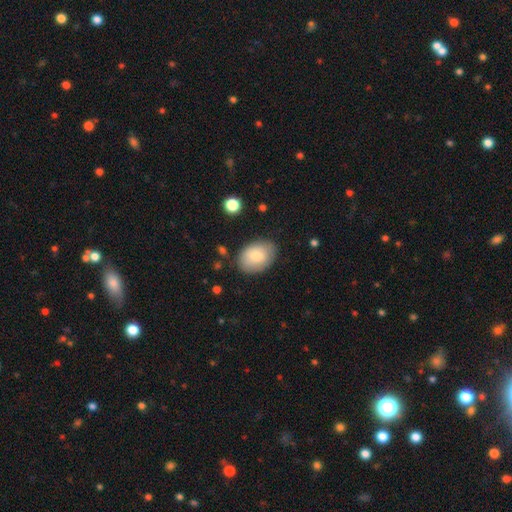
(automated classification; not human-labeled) Morphology: type=smooth (79%); roundness=in between (83%); merging=none (80%).